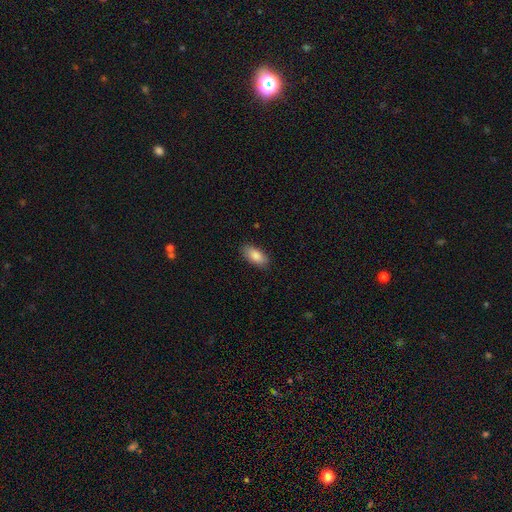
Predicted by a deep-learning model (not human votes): Q: Smooth or featured?
A: smooth (87%); runner-up: featured or disk (7%)
Q: How rounded?
A: in between (89%); runner-up: cigar-shaped (9%)
Q: Merging?
A: none (87%); runner-up: minor disturbance (10%)